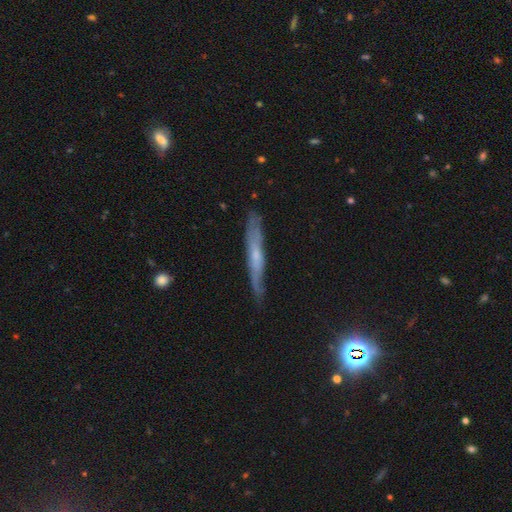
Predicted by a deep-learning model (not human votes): The model was most divided on "smooth or featured": featured or disk: 57%, smooth: 36%, star or artifact: 7%. More confident: edge-on disk — yes (85%); merging — none (77%).